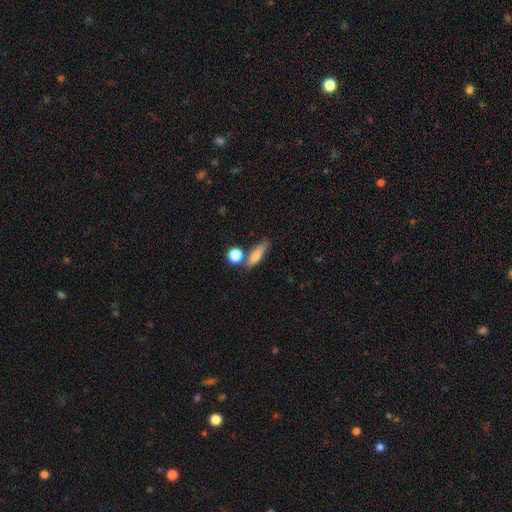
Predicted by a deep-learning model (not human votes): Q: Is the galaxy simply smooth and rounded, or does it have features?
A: smooth — 73%.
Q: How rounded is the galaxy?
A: cigar-shaped — 46%.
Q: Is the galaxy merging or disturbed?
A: none — 60%.